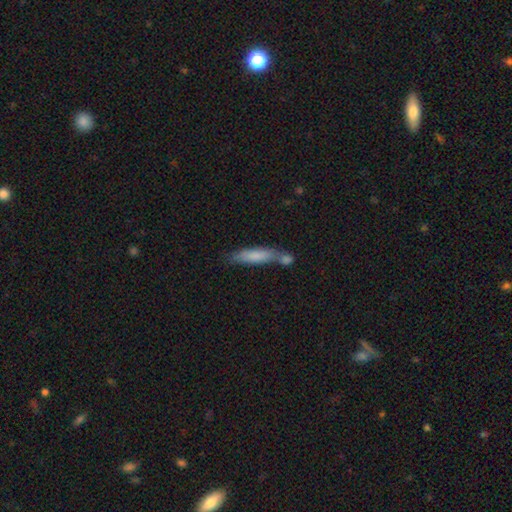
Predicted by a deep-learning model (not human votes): smooth 76%, featured or disk 17%, star or artifact 6%. Down the decision tree: how rounded — cigar-shaped (77%); merging — none (47%).